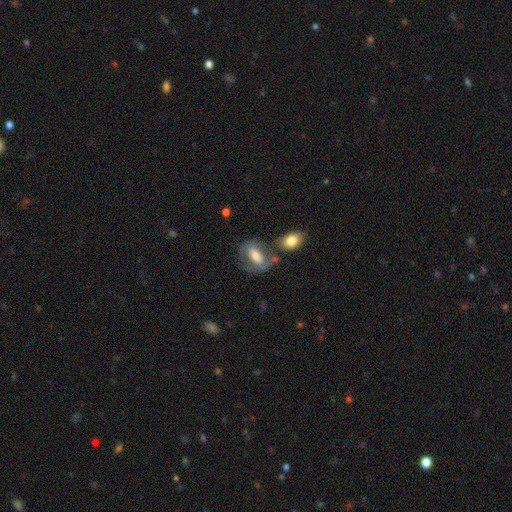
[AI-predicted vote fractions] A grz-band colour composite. It shows a smooth galaxy with no disk features (48%). Merging: none (46%).